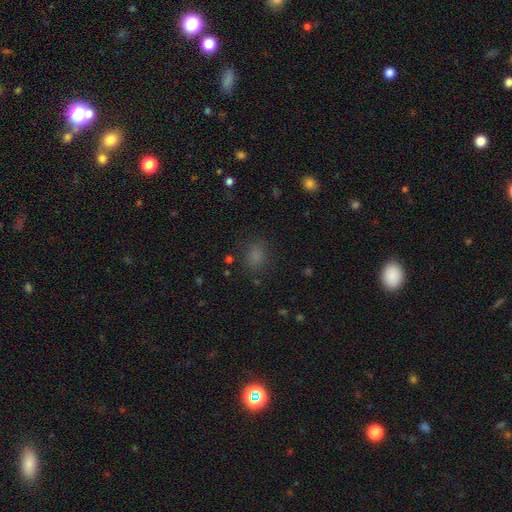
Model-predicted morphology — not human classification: This is likely a smooth galaxy (77%). How rounded: possibly in between (58%). Merging: likely none (79%).